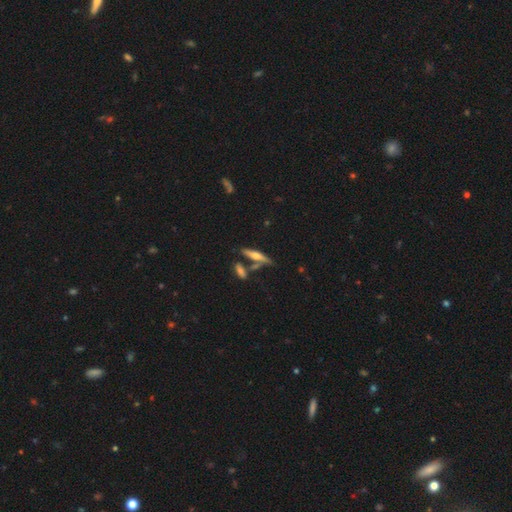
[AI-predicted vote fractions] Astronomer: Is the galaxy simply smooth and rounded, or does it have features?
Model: featured or disk — 54% (runner-up: smooth, 38%).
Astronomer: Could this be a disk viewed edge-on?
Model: yes — 92%.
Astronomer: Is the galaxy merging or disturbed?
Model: none — 63%.